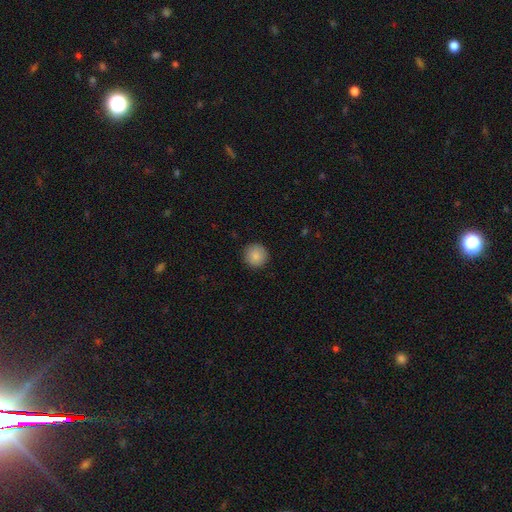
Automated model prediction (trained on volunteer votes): This is clearly a smooth galaxy (87%). How rounded: clearly round (96%). Merging: clearly none (92%).